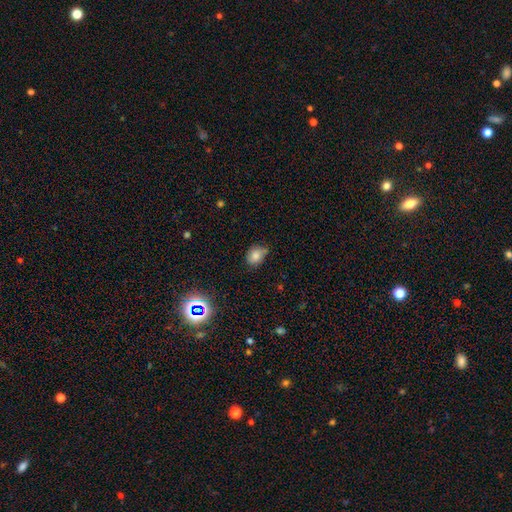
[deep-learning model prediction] A smooth galaxy with no disk features (77%) that is in between round and cigar-shaped (58%).

Vote fractions:
- Smooth or featured? smooth: 77% / star or artifact: 13% / featured or disk: 10%
- How rounded? in between: 58% / round: 41% / cigar-shaped: 1%
- Merging? none: 59% / minor disturbance: 32% / major disturbance: 6% / merger: 3%